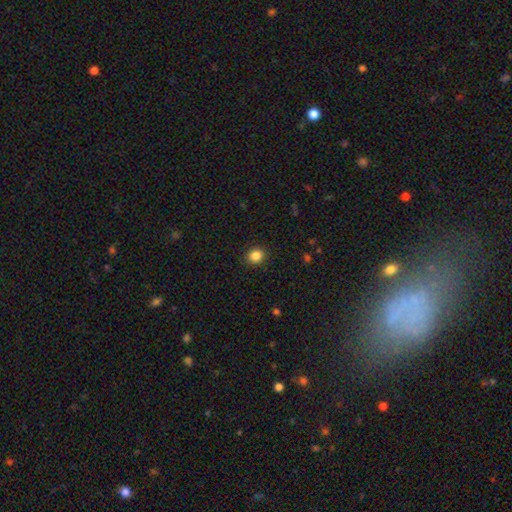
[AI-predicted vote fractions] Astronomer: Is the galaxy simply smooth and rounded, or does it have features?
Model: smooth — 86%.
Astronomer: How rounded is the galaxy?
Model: round — 70%.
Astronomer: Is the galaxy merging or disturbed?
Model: none — 90%.